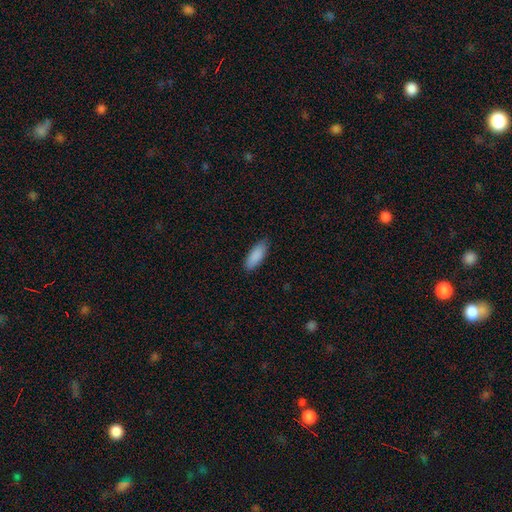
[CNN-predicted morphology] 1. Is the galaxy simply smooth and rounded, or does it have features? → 89% smooth, 6% star or artifact, 5% featured or disk.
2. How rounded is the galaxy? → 74% in between, 25% cigar-shaped, 2% round.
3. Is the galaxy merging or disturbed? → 84% none, 13% minor disturbance, 2% major disturbance, 1% merger.